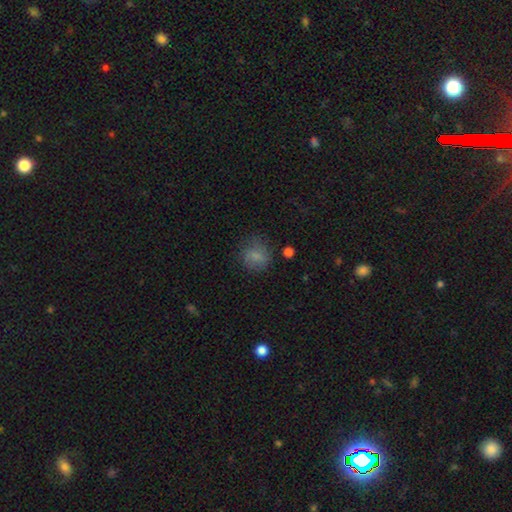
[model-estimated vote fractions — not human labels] The model was most divided on "merging": none: 64%, minor disturbance: 22%, major disturbance: 11%, merger: 2%. More confident: smooth or featured — smooth (75%); how rounded — round (73%).